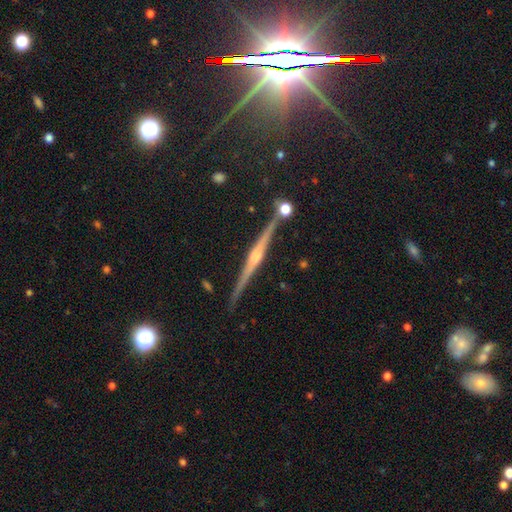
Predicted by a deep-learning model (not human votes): This is clearly a featured or disk galaxy (84%). It is clearly viewed edge-on (98%). Edge-on bulge: clearly rounded (84%). Merging: clearly none (89%).